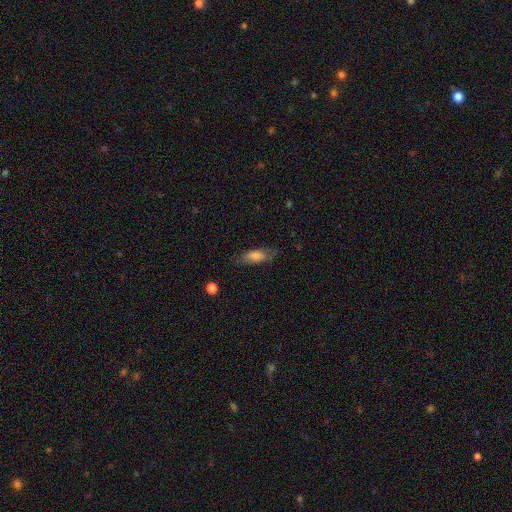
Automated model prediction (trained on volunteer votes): A smooth galaxy with no disk features (75%) that is in between round and cigar-shaped (69%).

Vote fractions:
- Smooth or featured? smooth: 75% / featured or disk: 18% / star or artifact: 7%
- How rounded? in between: 69% / cigar-shaped: 28% / round: 3%
- Merging? none: 71% / minor disturbance: 20% / major disturbance: 7% / merger: 1%